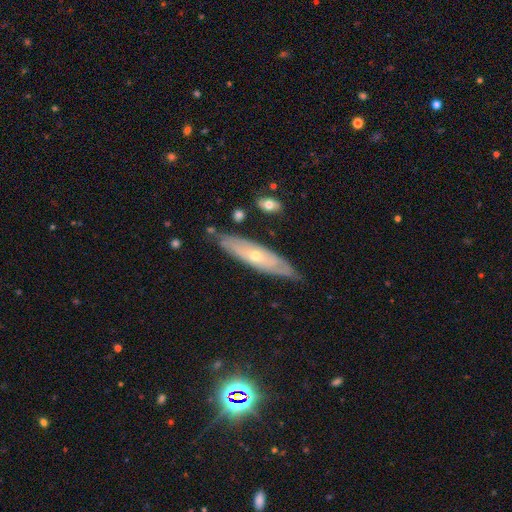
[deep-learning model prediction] Smooth or featured? featured or disk (65%)
Edge-on disk? no (55%)
Merging? none (74%)